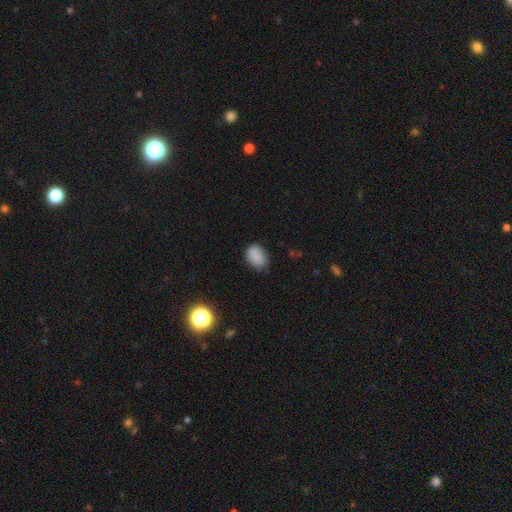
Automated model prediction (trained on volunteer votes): smooth 84%, star or artifact 9%, featured or disk 6%. Down the decision tree: how rounded — in between (74%); merging — none (69%).